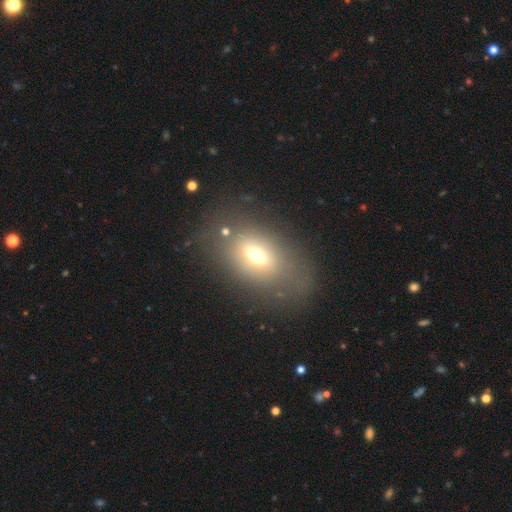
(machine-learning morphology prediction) smooth_or_featured: smooth (p=0.56) [alt: featured or disk p=0.30]
how_rounded: in between (p=0.83) [alt: round p=0.13]
merging: none (p=0.68) [alt: minor disturbance p=0.16]